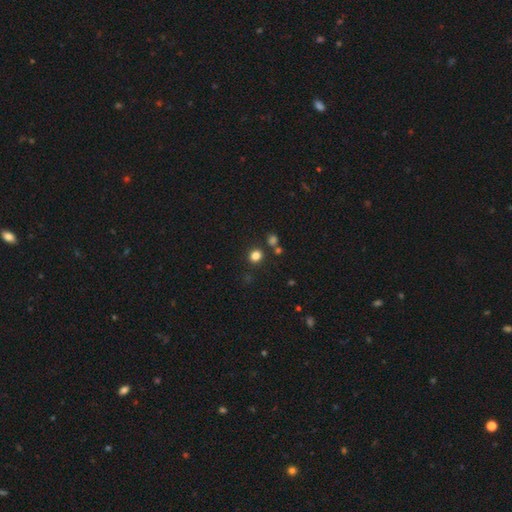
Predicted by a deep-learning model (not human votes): A smooth galaxy with no disk features (81%) that is round (81%).

Vote fractions:
- Smooth or featured? smooth: 81% / star or artifact: 15% / featured or disk: 5%
- How rounded? round: 81% / in between: 18% / cigar-shaped: 1%
- Merging? none: 84% / minor disturbance: 7% / merger: 7% / major disturbance: 3%